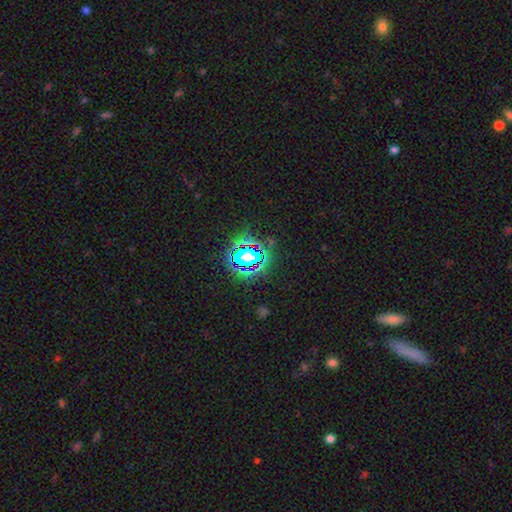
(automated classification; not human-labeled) star or artifact 76%, smooth 15%, featured or disk 9%.